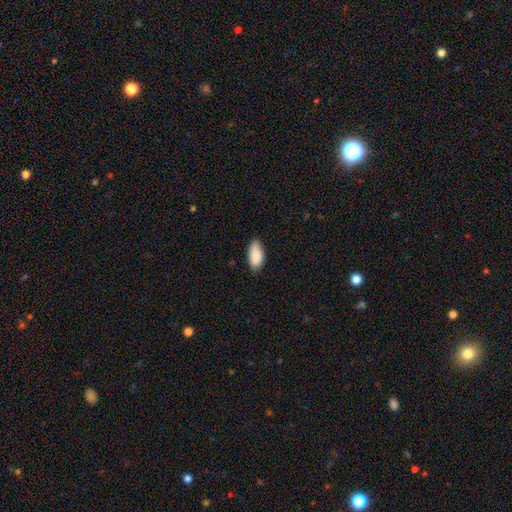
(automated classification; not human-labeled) A smooth galaxy with no disk features (86%) that is in between round and cigar-shaped (91%).

Vote fractions:
- Smooth or featured? smooth: 86% / featured or disk: 8% / star or artifact: 6%
- How rounded? in between: 91% / cigar-shaped: 7% / round: 2%
- Merging? none: 80% / minor disturbance: 16% / major disturbance: 2% / merger: 1%